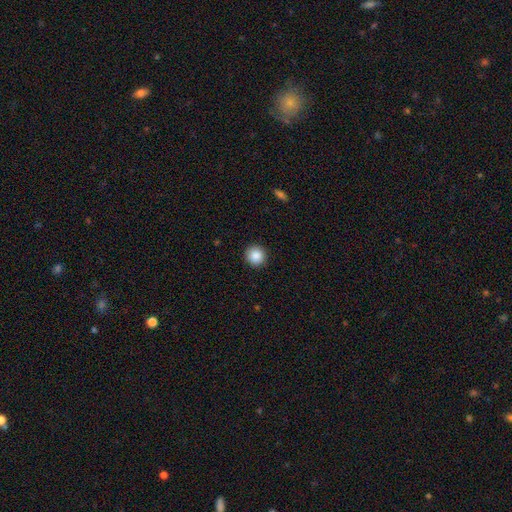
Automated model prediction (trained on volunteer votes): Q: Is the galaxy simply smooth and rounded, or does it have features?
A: smooth — 88%.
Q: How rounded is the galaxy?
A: round — 94%.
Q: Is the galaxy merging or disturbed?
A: none — 92%.